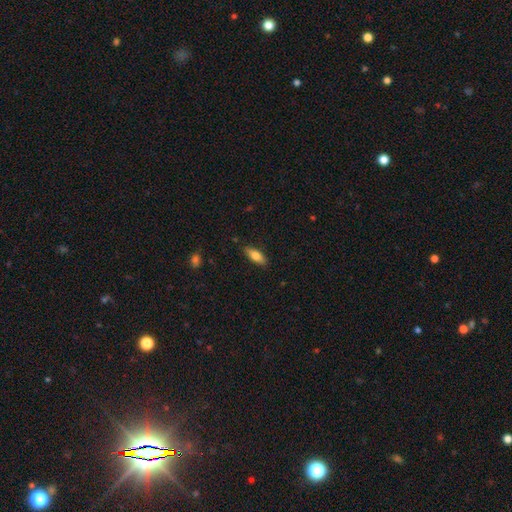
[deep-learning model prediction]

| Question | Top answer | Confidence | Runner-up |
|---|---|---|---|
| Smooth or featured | smooth | 76% | featured or disk (18%) |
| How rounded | in between | 68% | cigar-shaped (29%) |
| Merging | none | 86% | minor disturbance (11%) |